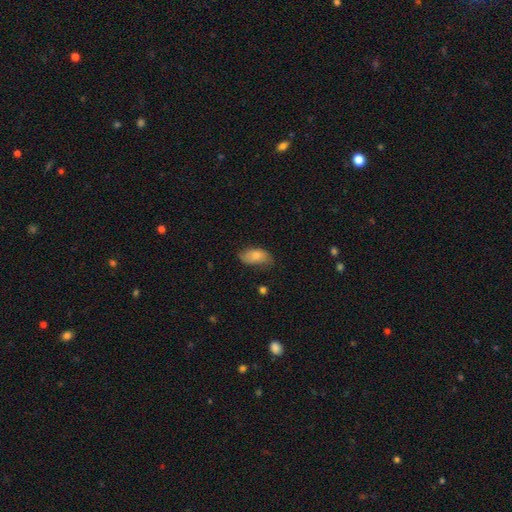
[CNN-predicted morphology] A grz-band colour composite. It shows a smooth galaxy with no disk features (76%) that is in between round and cigar-shaped (93%). Merging: none (61%).